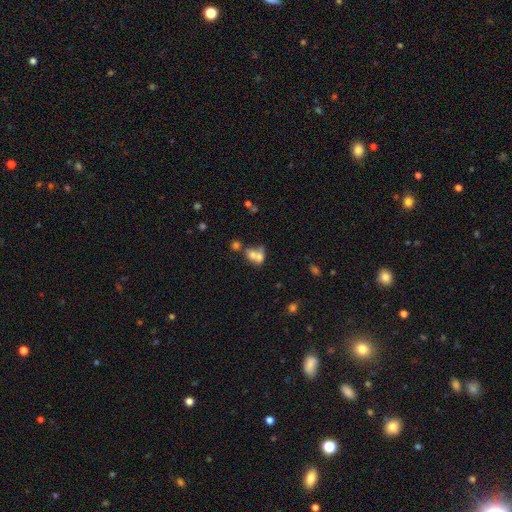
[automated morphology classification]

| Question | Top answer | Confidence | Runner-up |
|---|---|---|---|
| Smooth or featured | smooth | 62% | featured or disk (25%) |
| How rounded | round | 51% | in between (48%) |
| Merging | merger | 64% | none (23%) |